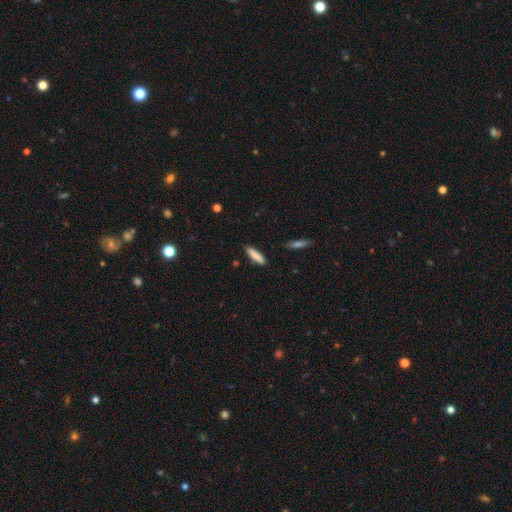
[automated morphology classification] smooth-or-featured: smooth: 85% | featured or disk: 9% | star or artifact: 6%
  how-rounded: cigar-shaped: 79% | in between: 19% | round: 1%
  merging: none: 86% | minor disturbance: 10% | major disturbance: 2% | merger: 2%